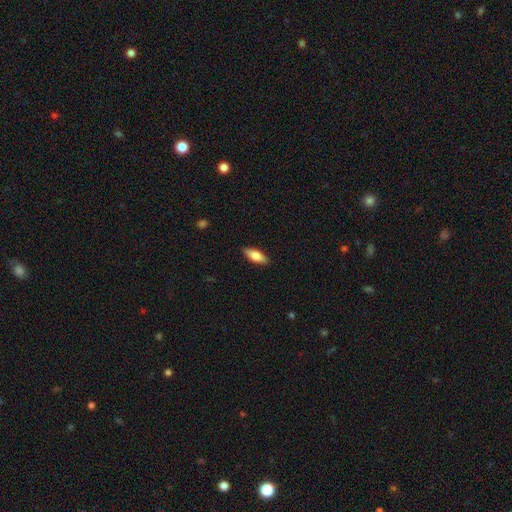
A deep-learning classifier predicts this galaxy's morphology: type=smooth (77%); roundness=in between (72%); merging=none (87%).